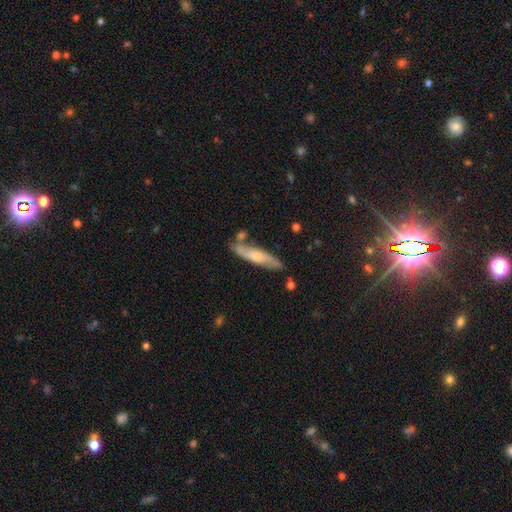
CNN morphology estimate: Smooth or featured: smooth — 51% (featured or disk — 43%)
How rounded: cigar-shaped — 79% (in between — 19%)
Merging: none — 68% (minor disturbance — 18%)